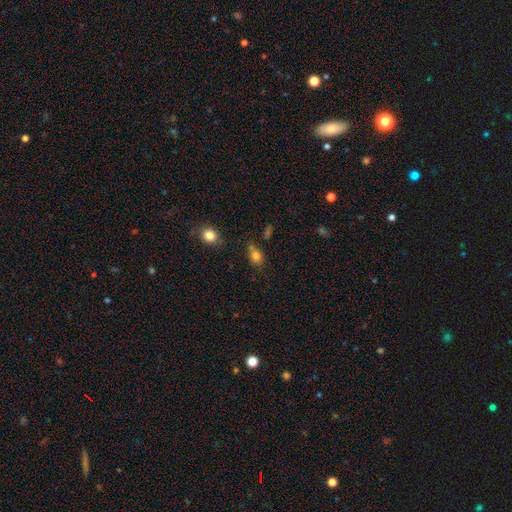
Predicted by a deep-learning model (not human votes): smooth_or_featured: smooth (p=0.79) [alt: star or artifact p=0.12]
how_rounded: in between (p=0.56) [alt: round p=0.43]
merging: none (p=0.57) [alt: minor disturbance p=0.21]